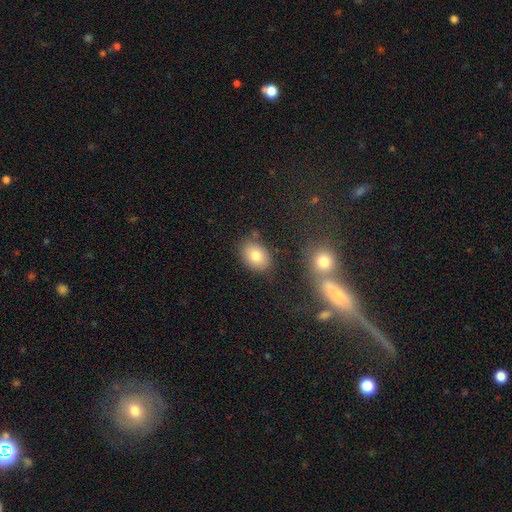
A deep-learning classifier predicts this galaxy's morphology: Q: Smooth or featured?
A: smooth (80%); runner-up: featured or disk (11%)
Q: How rounded?
A: in between (77%); runner-up: round (22%)
Q: Merging?
A: none (80%); runner-up: minor disturbance (12%)